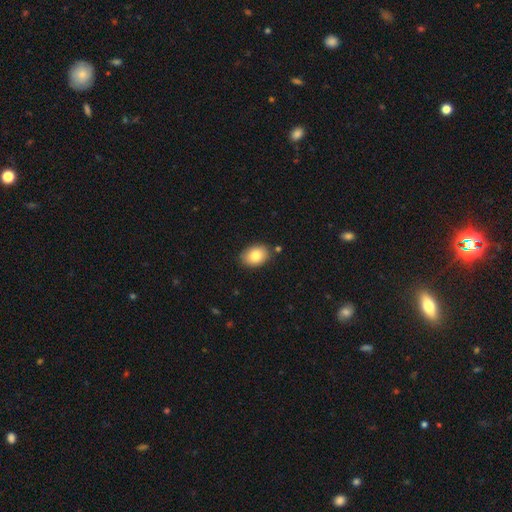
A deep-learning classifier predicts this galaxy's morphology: smooth-or-featured: smooth: 81% | featured or disk: 11% | star or artifact: 8%
  how-rounded: in between: 77% | round: 22% | cigar-shaped: 1%
  merging: none: 83% | minor disturbance: 12% | merger: 3% | major disturbance: 2%